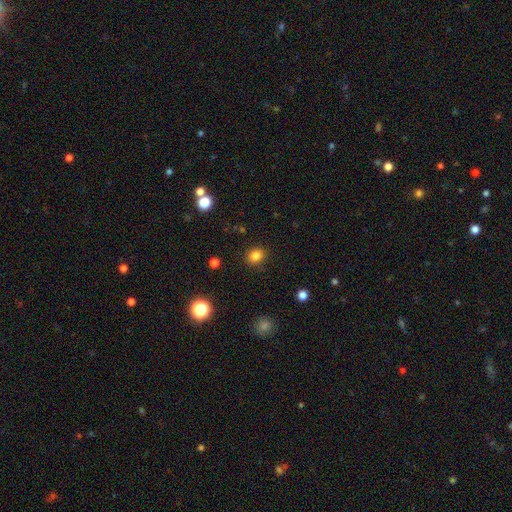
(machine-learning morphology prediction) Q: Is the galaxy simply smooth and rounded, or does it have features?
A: smooth — 82%.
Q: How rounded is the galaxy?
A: round — 69%.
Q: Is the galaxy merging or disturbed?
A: none — 88%.